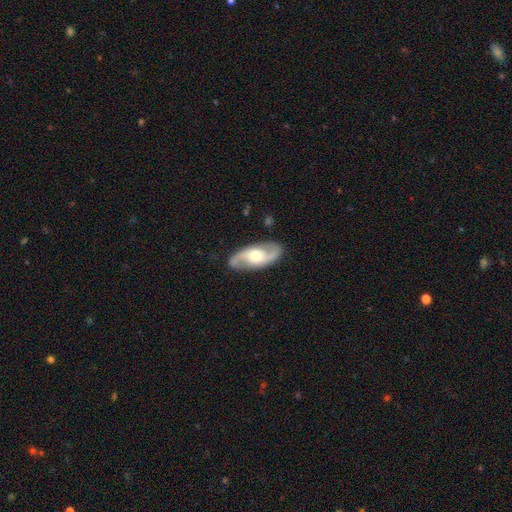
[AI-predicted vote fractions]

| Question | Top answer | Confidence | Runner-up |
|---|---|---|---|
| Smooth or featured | featured or disk | 84% | smooth (12%) |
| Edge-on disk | no | 93% | yes (7%) |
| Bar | no | 56% | weak (33%) |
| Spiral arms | yes | 94% | no (6%) |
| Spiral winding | medium | 47% | loose (37%) |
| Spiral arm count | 2 | 92% | can't tell (3%) |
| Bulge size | moderate | 69% | small (15%) |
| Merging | none | 86% | minor disturbance (10%) |